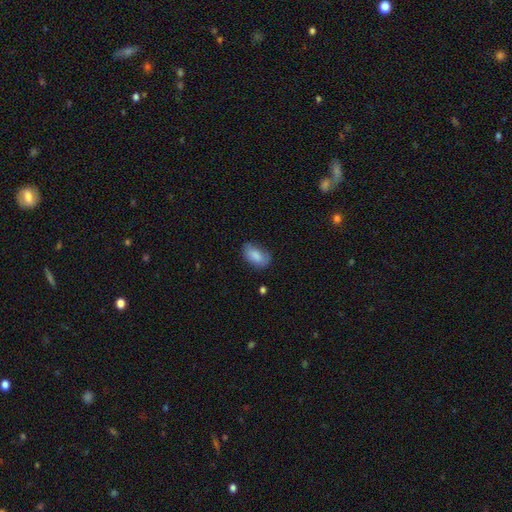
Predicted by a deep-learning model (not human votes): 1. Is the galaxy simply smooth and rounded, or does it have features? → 82% smooth, 11% featured or disk, 7% star or artifact.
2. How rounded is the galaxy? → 90% in between, 8% round, 2% cigar-shaped.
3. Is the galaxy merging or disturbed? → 64% none, 27% minor disturbance, 7% major disturbance, 2% merger.